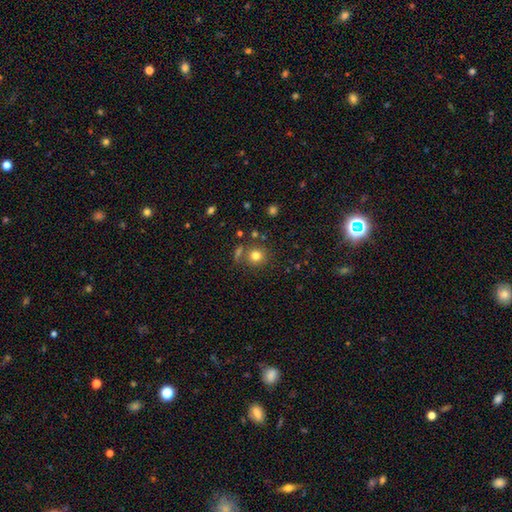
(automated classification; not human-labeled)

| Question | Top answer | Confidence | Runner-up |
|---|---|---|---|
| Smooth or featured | smooth | 78% | star or artifact (14%) |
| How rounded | round | 89% | in between (10%) |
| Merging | none | 75% | merger (11%) |